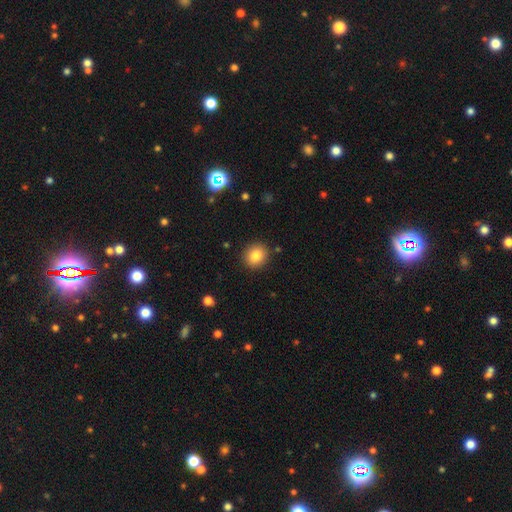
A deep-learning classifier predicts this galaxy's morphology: This is clearly a smooth galaxy (84%). How rounded: likely round (80%). Merging: clearly none (89%).